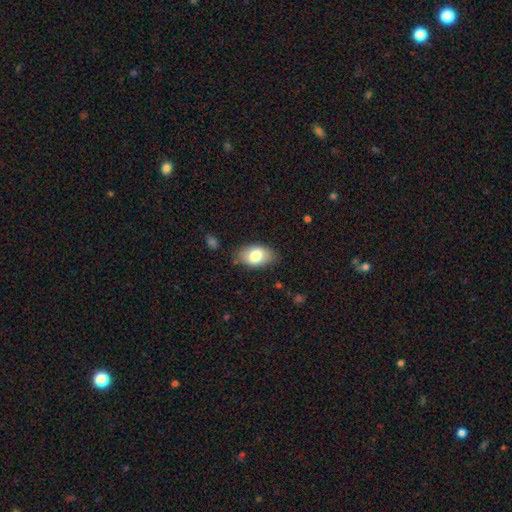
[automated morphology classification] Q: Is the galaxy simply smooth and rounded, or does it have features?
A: smooth — 76%.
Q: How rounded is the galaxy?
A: in between — 91%.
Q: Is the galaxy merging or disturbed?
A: none — 82%.